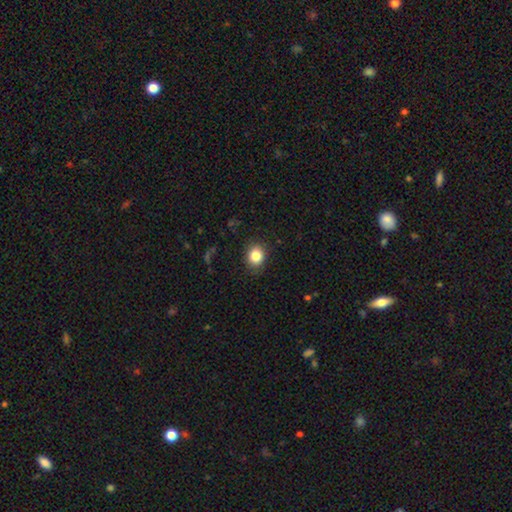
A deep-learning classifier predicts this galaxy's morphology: Smooth or featured: smooth — 84% (star or artifact — 10%)
How rounded: round — 67% (in between — 33%)
Merging: none — 86% (minor disturbance — 10%)